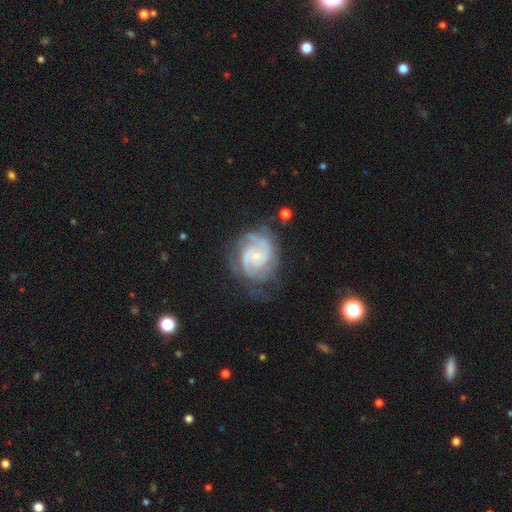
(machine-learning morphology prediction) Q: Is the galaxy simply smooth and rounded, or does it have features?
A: featured or disk — 91%.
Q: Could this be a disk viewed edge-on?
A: no — 98%.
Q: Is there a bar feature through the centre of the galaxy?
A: no — 63%.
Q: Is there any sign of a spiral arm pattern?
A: yes — 98%.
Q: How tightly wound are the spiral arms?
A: tight — 57%.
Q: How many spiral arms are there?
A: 2 — 56%.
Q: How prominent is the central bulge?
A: small — 76%.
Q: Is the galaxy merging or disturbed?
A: none — 67%.